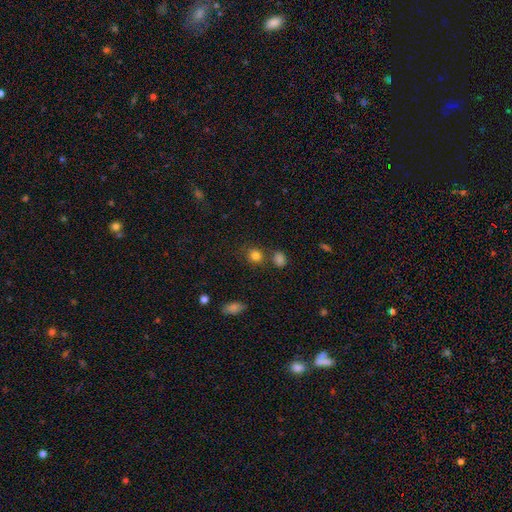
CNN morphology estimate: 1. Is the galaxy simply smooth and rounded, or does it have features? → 82% smooth, 12% star or artifact, 6% featured or disk.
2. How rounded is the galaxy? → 82% round, 17% in between, 1% cigar-shaped.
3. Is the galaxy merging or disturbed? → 73% none, 12% minor disturbance, 11% merger, 4% major disturbance.